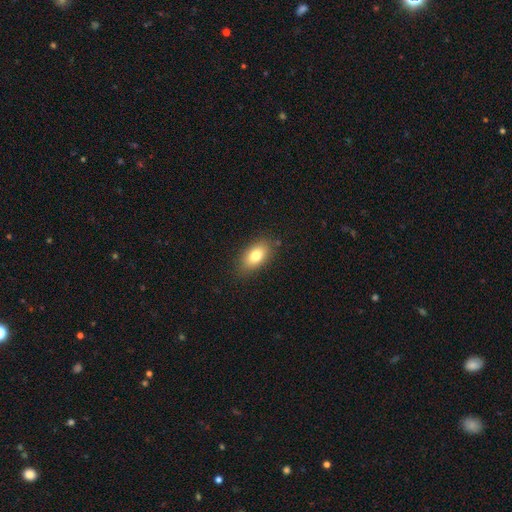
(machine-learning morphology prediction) smooth 79%, featured or disk 13%, star or artifact 8%. Down the decision tree: how rounded — in between (89%); merging — none (84%).